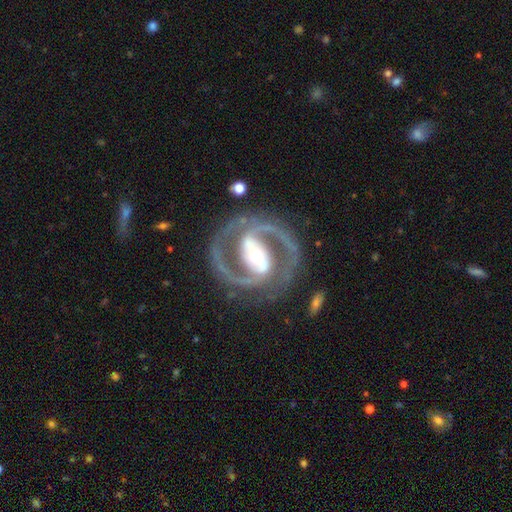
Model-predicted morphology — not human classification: smooth_or_featured: featured or disk (p=0.92) [alt: star or artifact p=0.04]
disk_edge_on: no (p=0.97) [alt: yes p=0.03]
bar: strong (p=0.61) [alt: weak p=0.25]
has_spiral_arms: yes (p=0.97) [alt: no p=0.03]
spiral_winding: medium (p=0.58) [alt: tight p=0.33]
spiral_arm_count: 2 (p=0.92) [alt: 3 p=0.02]
bulge_size: moderate (p=0.66) [alt: small p=0.20]
merging: none (p=0.82) [alt: minor disturbance p=0.11]